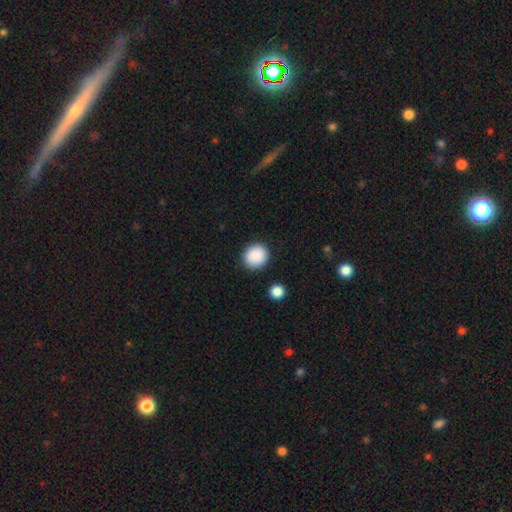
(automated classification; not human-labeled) smooth_or_featured: smooth (p=0.89) [alt: star or artifact p=0.08]
how_rounded: round (p=0.83) [alt: in between p=0.16]
merging: none (p=0.89) [alt: minor disturbance p=0.07]